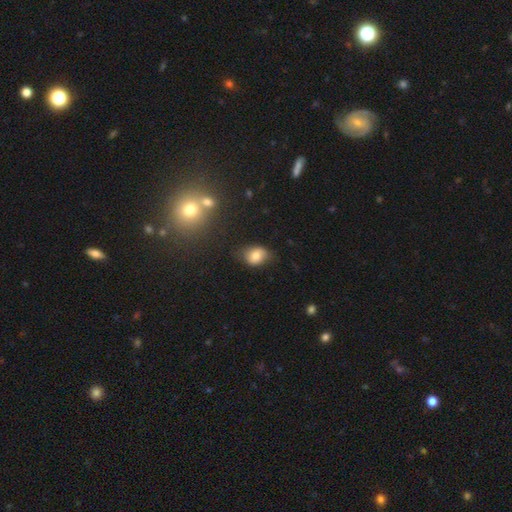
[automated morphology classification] smooth_or_featured: smooth (p=0.74) [alt: featured or disk p=0.16]
how_rounded: in between (p=0.65) [alt: round p=0.34]
merging: none (p=0.68) [alt: minor disturbance p=0.24]